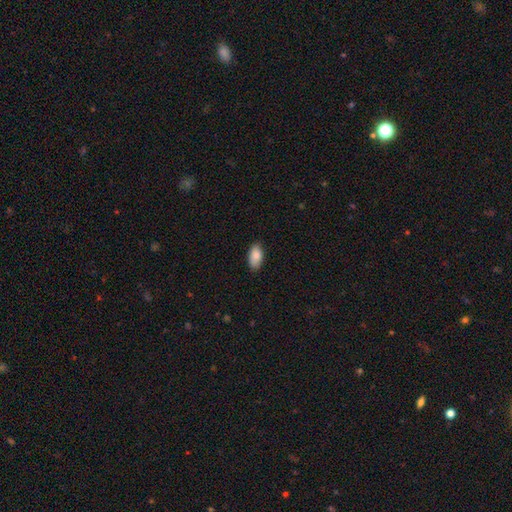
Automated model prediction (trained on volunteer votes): smooth-or-featured: smooth: 86% | featured or disk: 8% | star or artifact: 6%
  how-rounded: in between: 93% | cigar-shaped: 4% | round: 3%
  merging: none: 84% | minor disturbance: 13% | major disturbance: 2% | merger: 1%